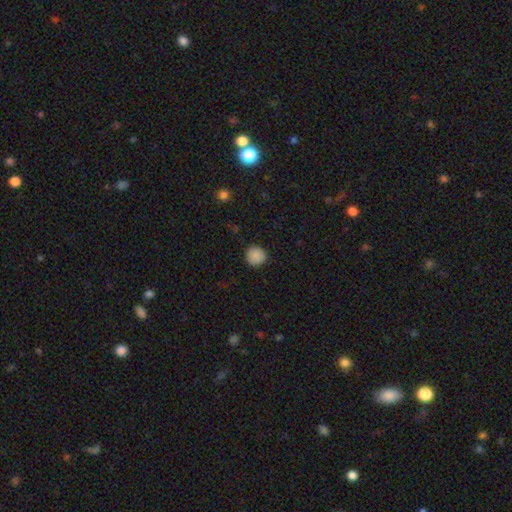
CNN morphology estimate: smooth 88%, star or artifact 9%, featured or disk 3%. Down the decision tree: how rounded — round (93%); merging — none (90%).